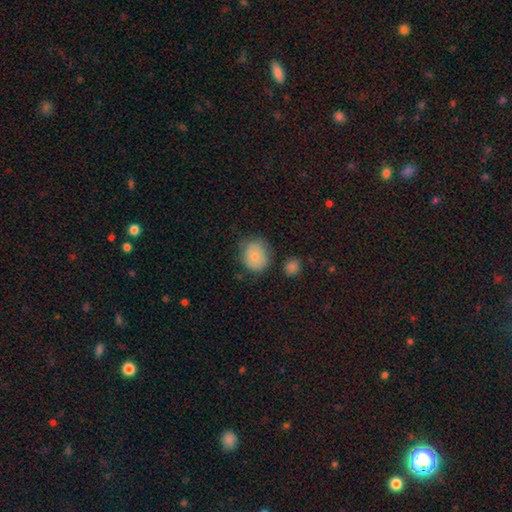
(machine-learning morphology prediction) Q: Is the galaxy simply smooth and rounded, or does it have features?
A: smooth — 75%.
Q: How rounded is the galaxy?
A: round — 71%.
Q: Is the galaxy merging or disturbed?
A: none — 65%.